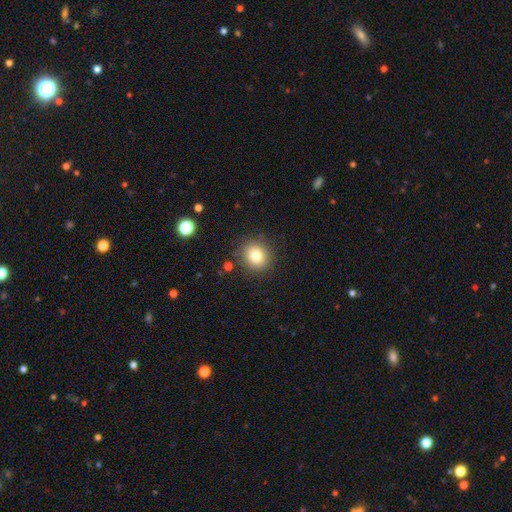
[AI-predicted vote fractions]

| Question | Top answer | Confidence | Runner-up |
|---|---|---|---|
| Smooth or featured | smooth | 80% | star or artifact (12%) |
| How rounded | round | 83% | in between (17%) |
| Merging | none | 86% | minor disturbance (9%) |